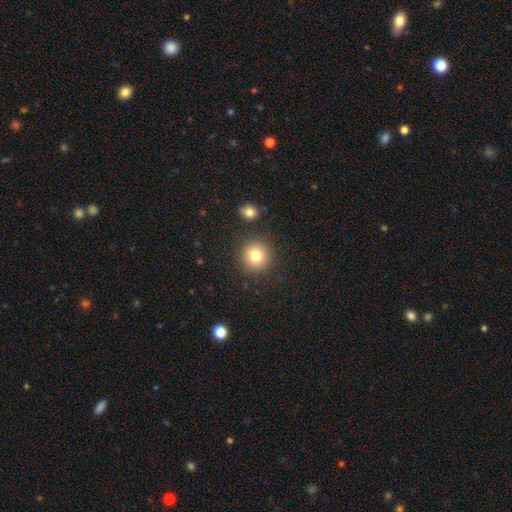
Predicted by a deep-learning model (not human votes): smooth-or-featured: smooth: 79% | star or artifact: 11% | featured or disk: 9%
  how-rounded: round: 93% | in between: 6% | cigar-shaped: 1%
  merging: none: 86% | minor disturbance: 8% | merger: 4% | major disturbance: 3%